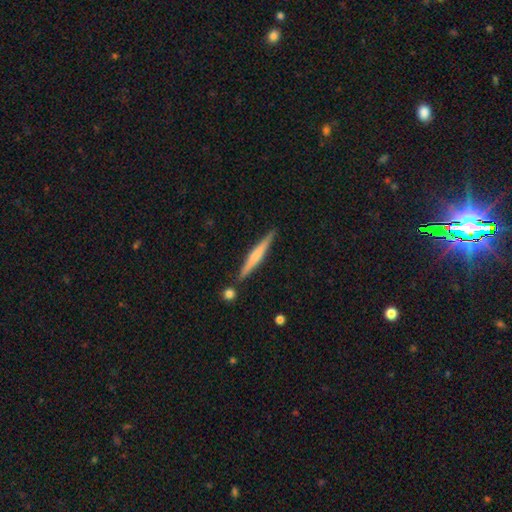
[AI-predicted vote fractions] smooth-or-featured: featured or disk: 54% | smooth: 40% | star or artifact: 5%
  disk-edge-on: yes: 97% | no: 3%
    edge-on-bulge: rounded: 46% | none: 35% | boxy: 18%
  merging: none: 86% | minor disturbance: 8% | merger: 4% | major disturbance: 2%